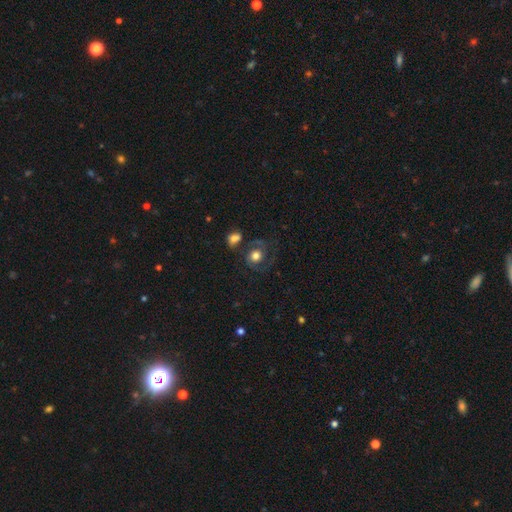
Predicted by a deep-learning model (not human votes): Overall: featured or disk (52%; smooth 38%). Edge-on disk: no (97%). Bar: no (79%). Spiral arms: yes (76%). Bulge size: moderate (47%; large 40%). Merging: none (53%; minor disturbance 17%).